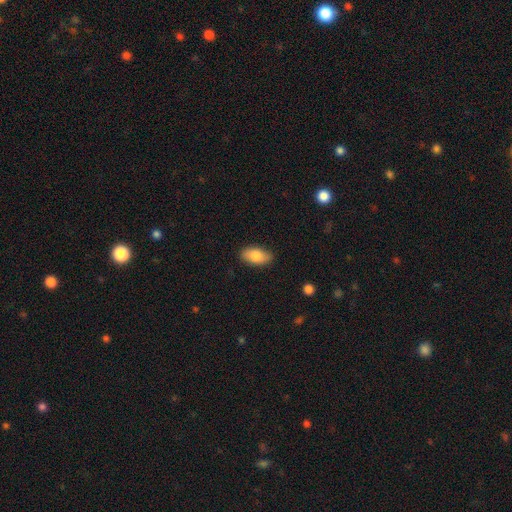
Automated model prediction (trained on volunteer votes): smooth 82%, featured or disk 11%, star or artifact 7%. Down the decision tree: how rounded — in between (93%); merging — none (84%).